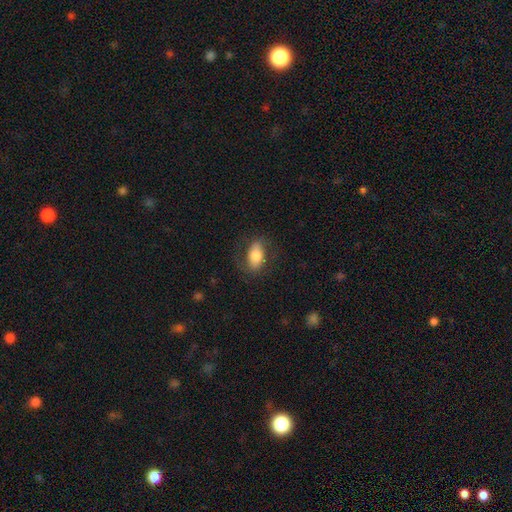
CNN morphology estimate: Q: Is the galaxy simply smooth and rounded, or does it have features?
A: smooth — 66%.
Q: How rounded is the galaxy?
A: in between — 88%.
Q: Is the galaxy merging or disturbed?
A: none — 72%.